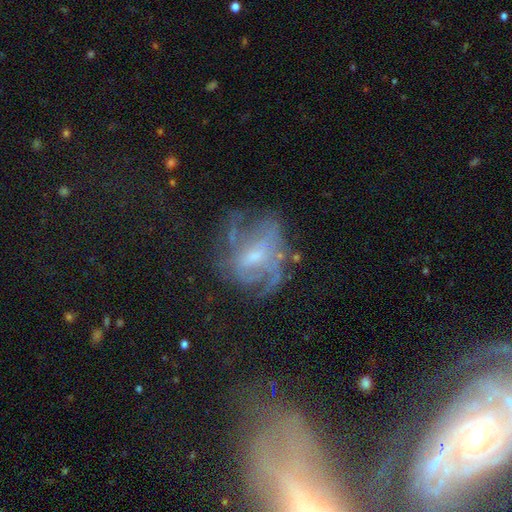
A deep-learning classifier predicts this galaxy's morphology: Overall: featured or disk (73%). Edge-on disk: no (97%). Bar: weak (45%; no 43%). Spiral arms: yes (76%). Spiral arm count: can't tell (41%; 2 25%). Spiral winding: medium (42%; tight 31%). Bulge size: small (53%; moderate 36%). Merging: none (46%; major disturbance 29%).